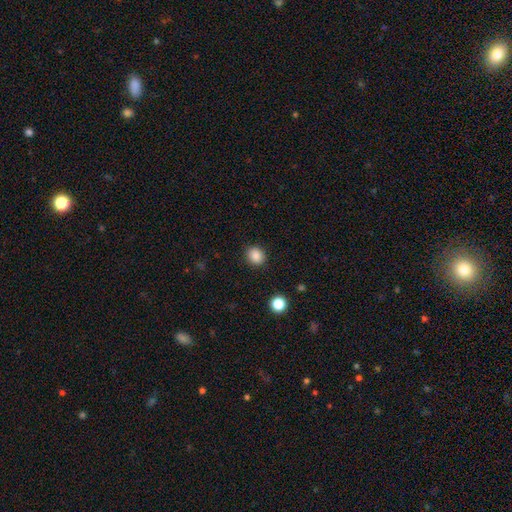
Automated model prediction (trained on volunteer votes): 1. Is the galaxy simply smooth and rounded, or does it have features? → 86% smooth, 10% star or artifact, 4% featured or disk.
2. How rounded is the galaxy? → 78% round, 21% in between, 1% cigar-shaped.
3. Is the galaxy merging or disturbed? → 89% none, 7% minor disturbance, 2% major disturbance, 1% merger.